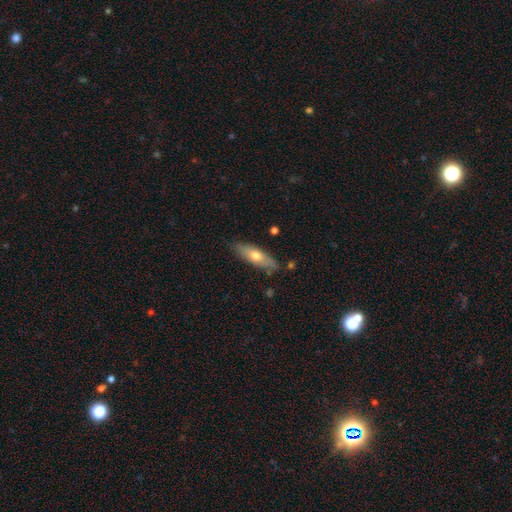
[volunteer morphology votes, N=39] Smooth or featured? 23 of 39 (59%) said smooth. How rounded? 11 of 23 (48%, tied with cigar-shaped) said in between. Merging? 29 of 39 (74%) said none.